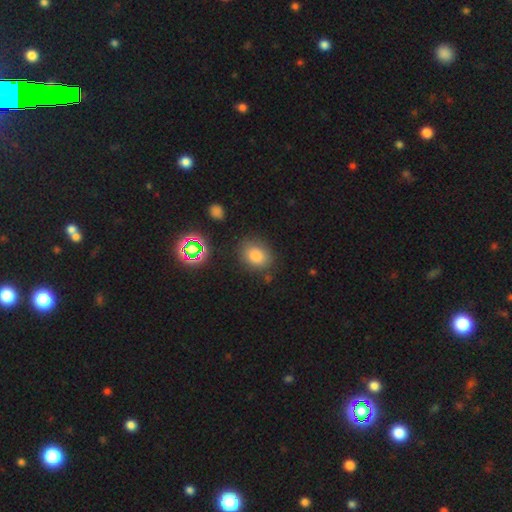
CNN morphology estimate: smooth 81%, star or artifact 13%, featured or disk 6%. Down the decision tree: how rounded — in between (55%); merging — none (79%).